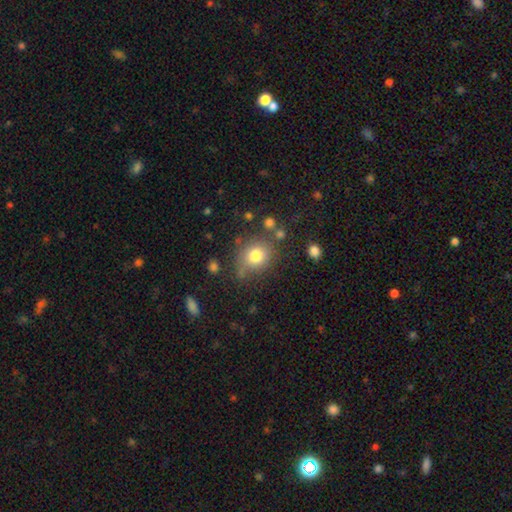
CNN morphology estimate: Q: Smooth or featured?
A: smooth (79%); runner-up: star or artifact (11%)
Q: How rounded?
A: round (74%); runner-up: in between (25%)
Q: Merging?
A: none (67%); runner-up: minor disturbance (19%)